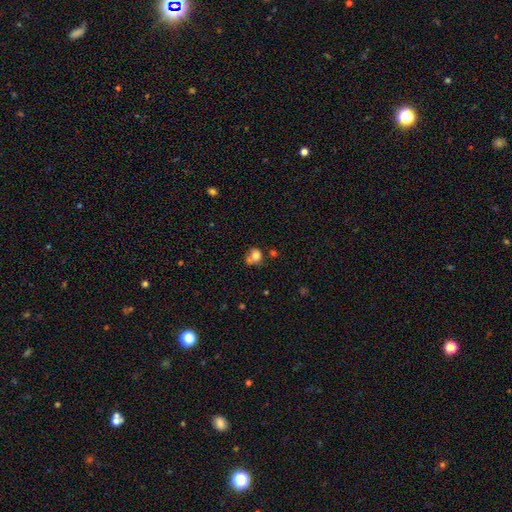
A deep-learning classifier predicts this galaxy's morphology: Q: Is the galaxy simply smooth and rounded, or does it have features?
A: smooth — 77%.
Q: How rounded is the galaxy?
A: round — 69%.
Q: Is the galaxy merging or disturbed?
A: none — 39%.